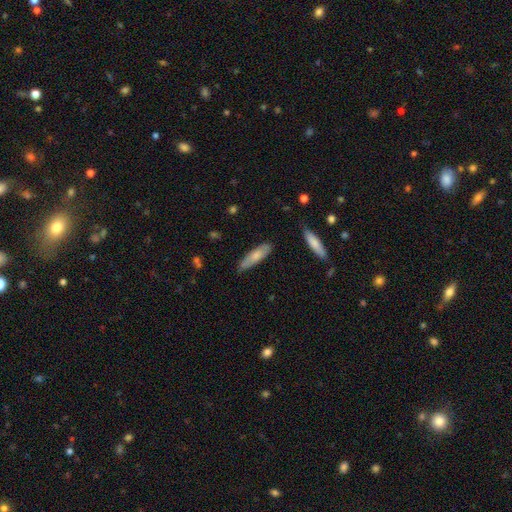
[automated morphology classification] Q: Smooth or featured?
A: smooth (71%); runner-up: featured or disk (23%)
Q: How rounded?
A: cigar-shaped (66%); runner-up: in between (33%)
Q: Merging?
A: none (78%); runner-up: minor disturbance (17%)